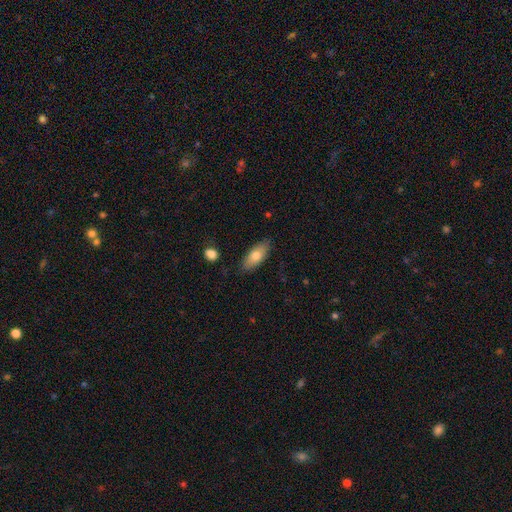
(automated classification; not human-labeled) Overall: smooth (73%). How rounded: in between (80%). Merging: none (84%).